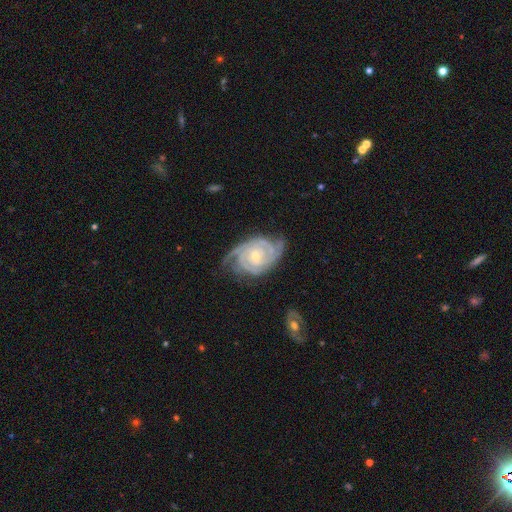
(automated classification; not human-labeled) Morphology: type=featured or disk (92%); edge-on=no (98%); bar=no (56%); spiral arms=yes (98%); winding=tight (77%); arm count=3 (35%); bulge=small (61%); merging=none (66%).